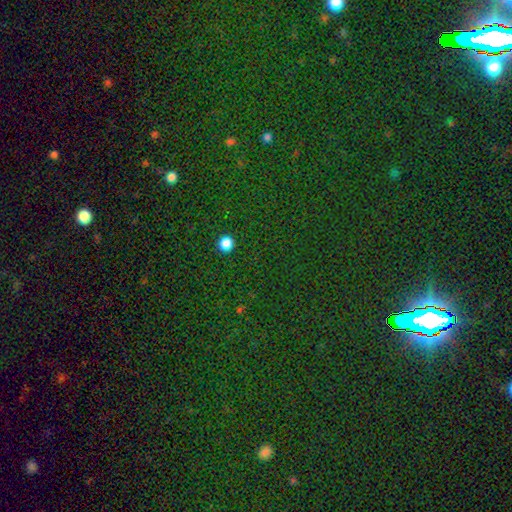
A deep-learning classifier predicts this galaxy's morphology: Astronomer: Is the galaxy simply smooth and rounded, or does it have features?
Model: star or artifact — 79%.